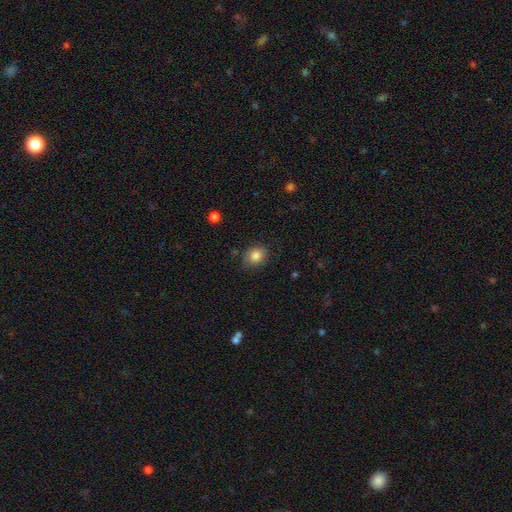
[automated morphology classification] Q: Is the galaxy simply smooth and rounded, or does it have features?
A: smooth — 84%.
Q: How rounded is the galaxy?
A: round — 50%.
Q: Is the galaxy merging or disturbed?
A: none — 77%.